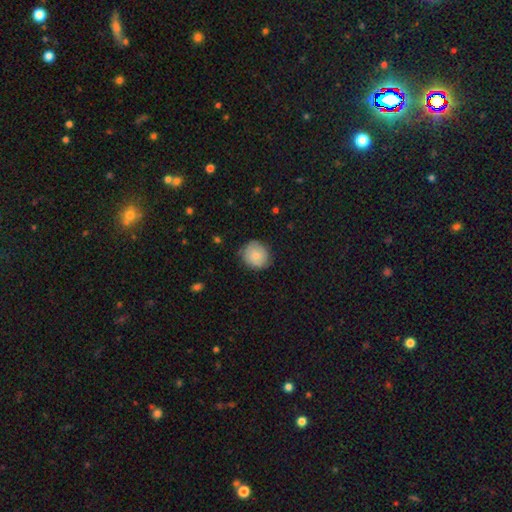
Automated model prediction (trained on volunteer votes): A smooth galaxy with no disk features (76%) that is round (79%). Merging: none (79%).